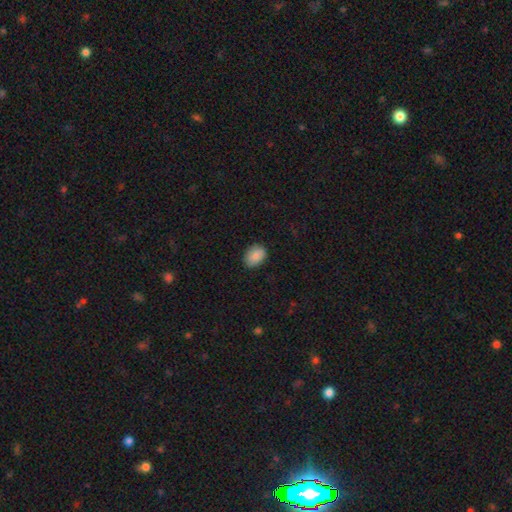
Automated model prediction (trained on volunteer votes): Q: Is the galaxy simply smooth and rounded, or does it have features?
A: smooth — 88%.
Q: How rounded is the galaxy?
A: in between — 69%.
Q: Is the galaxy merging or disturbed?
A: none — 84%.